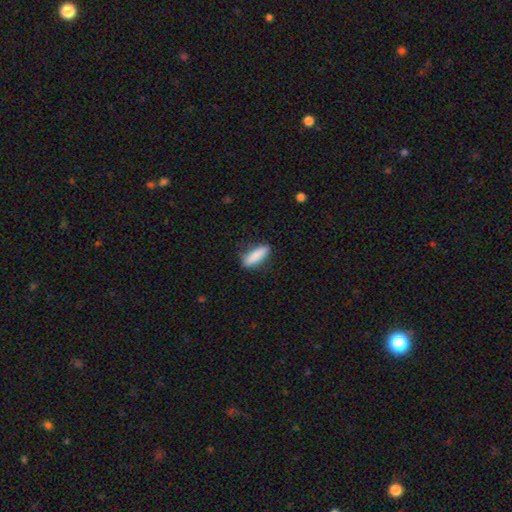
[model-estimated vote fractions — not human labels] Smooth or featured?
  - smooth: 85% *
  - featured or disk: 8%
  - star or artifact: 6%
How rounded?
  - cigar-shaped: 54% *
  - in between: 44%
  - round: 2%
Merging?
  - none: 78% *
  - minor disturbance: 16%
  - major disturbance: 4%
  - merger: 1%